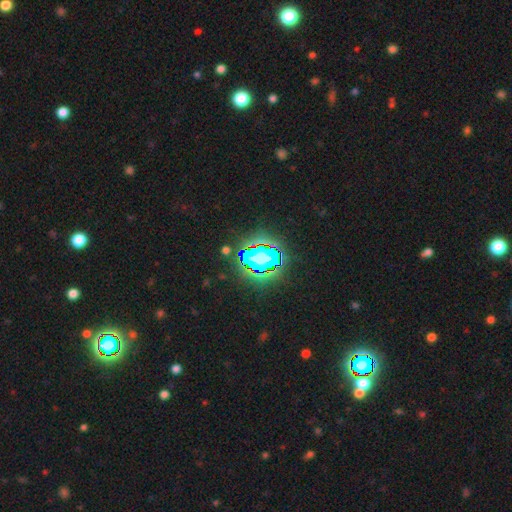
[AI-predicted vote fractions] Smooth or featured? Predicted: star or artifact (p=0.59).